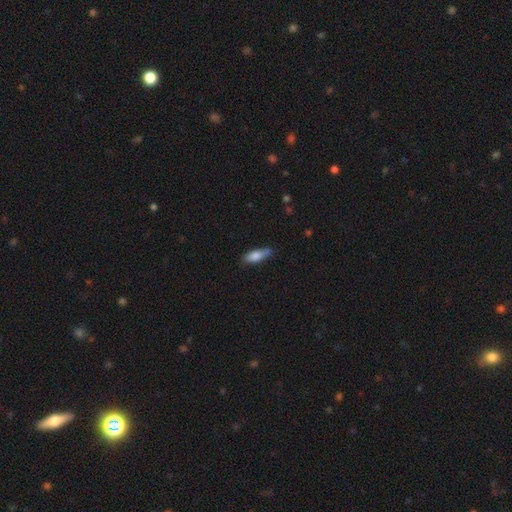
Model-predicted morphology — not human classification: Overall: smooth (79%). How rounded: in between (58%; cigar-shaped 40%). Merging: none (64%; minor disturbance 29%).